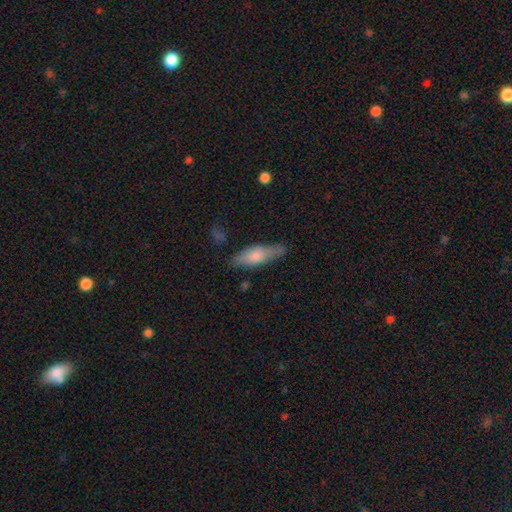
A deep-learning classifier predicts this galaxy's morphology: The model was most divided on "how rounded": cigar-shaped: 52%, in between: 45%, round: 2%. More confident: merging — none (72%); smooth or featured — smooth (66%).